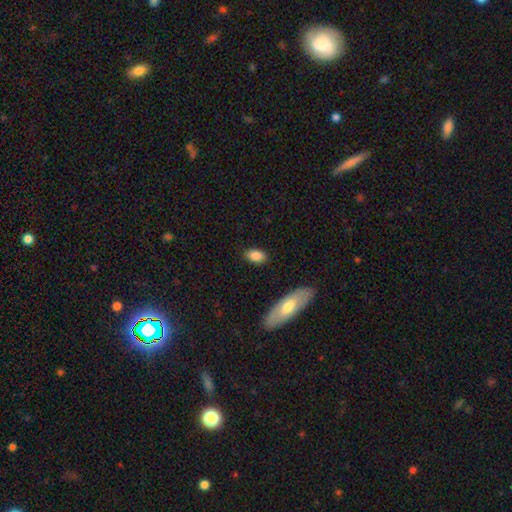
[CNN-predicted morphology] A smooth galaxy with no disk features (85%) that is in between round and cigar-shaped (88%). Merging: none (85%).